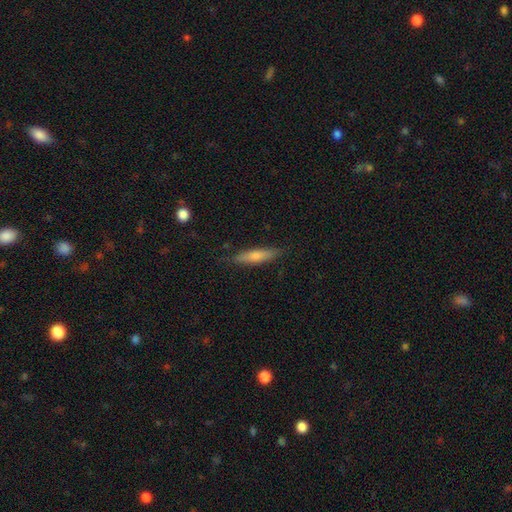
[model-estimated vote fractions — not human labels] smooth 49%, featured or disk 40%, star or artifact 11%. Down the decision tree: merging — none (85%).